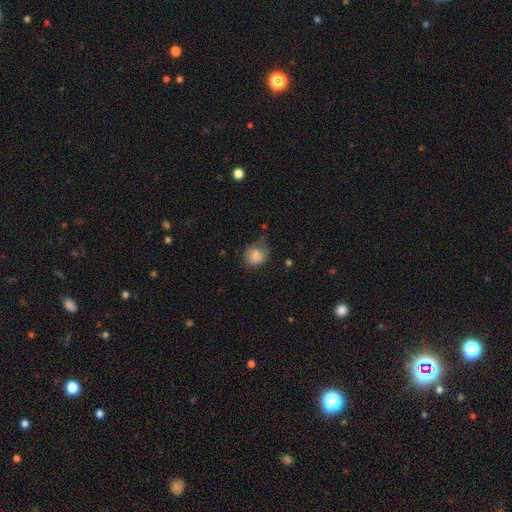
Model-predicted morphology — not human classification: smooth_or_featured: smooth (p=0.82) [alt: featured or disk p=0.09]
how_rounded: round (p=0.70) [alt: in between p=0.30]
merging: none (p=0.51) [alt: minor disturbance p=0.33]